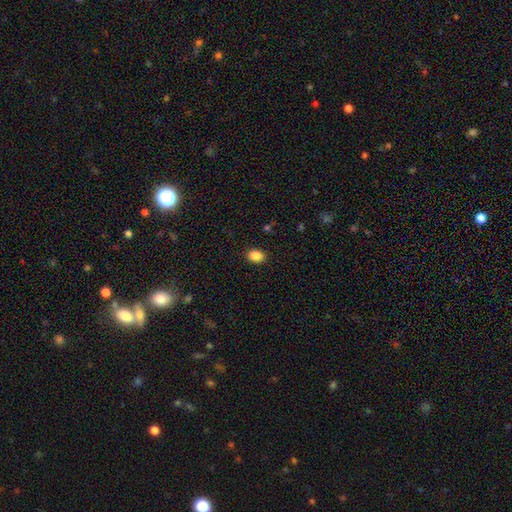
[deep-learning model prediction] This appears to be a smooth galaxy with no disk features (87%) that is in between round and cigar-shaped (66%). Merging: none (89%).